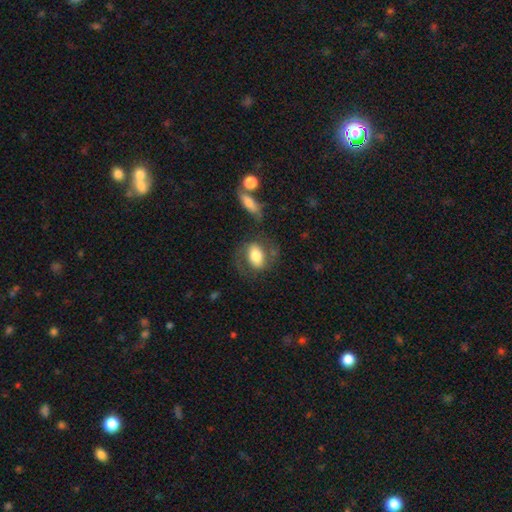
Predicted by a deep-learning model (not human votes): A smooth galaxy with no disk features (61%) that is in between round and cigar-shaped (81%).

Vote fractions:
- Smooth or featured? smooth: 61% / featured or disk: 32% / star or artifact: 7%
- How rounded? in between: 81% / round: 17% / cigar-shaped: 3%
- Merging? none: 57% / minor disturbance: 19% / major disturbance: 15% / merger: 9%